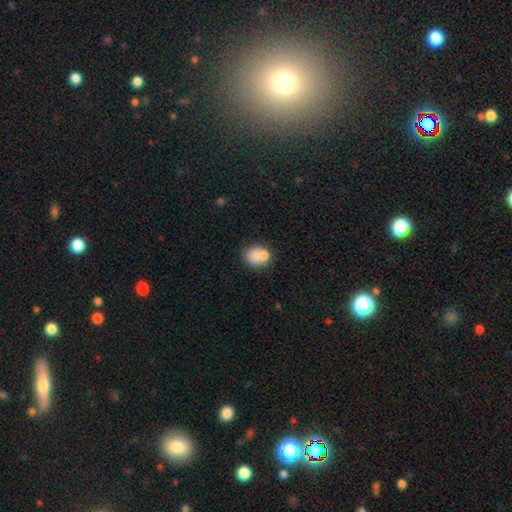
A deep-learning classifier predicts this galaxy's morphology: A smooth galaxy with no disk features (78%) that is round (66%).

Vote fractions:
- Smooth or featured? smooth: 78% / featured or disk: 14% / star or artifact: 9%
- How rounded? round: 66% / in between: 33% / cigar-shaped: 1%
- Merging? none: 51% / merger: 29% / minor disturbance: 15% / major disturbance: 5%